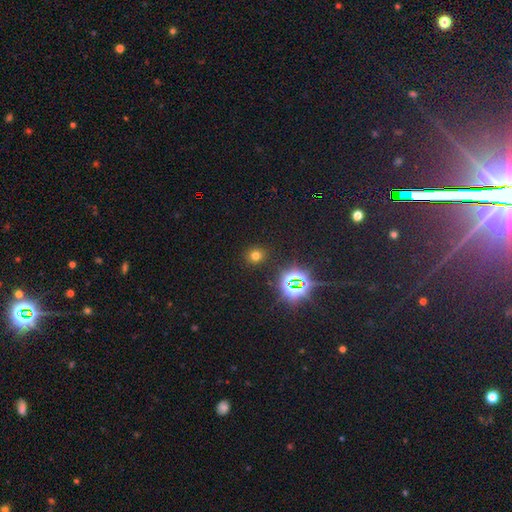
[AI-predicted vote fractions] A smooth galaxy with no disk features (66%) that is round (85%).

Vote fractions:
- Smooth or featured? smooth: 66% / star or artifact: 28% / featured or disk: 7%
- How rounded? round: 85% / in between: 14% / cigar-shaped: 1%
- Merging? none: 89% / minor disturbance: 7% / major disturbance: 3% / merger: 2%